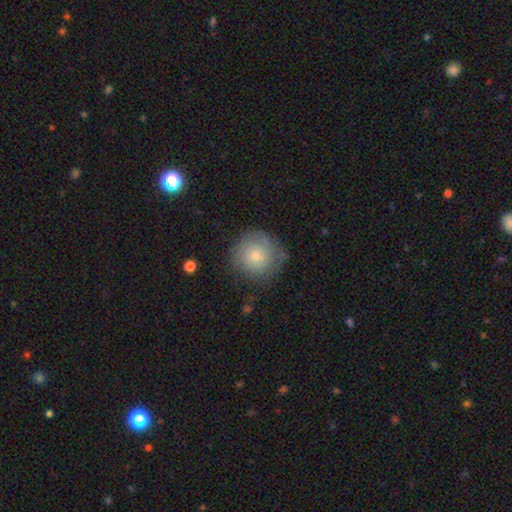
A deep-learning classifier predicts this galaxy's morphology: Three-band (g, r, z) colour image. It shows a smooth galaxy with no disk features (64%) that is round (93%). Merging: none (74%).